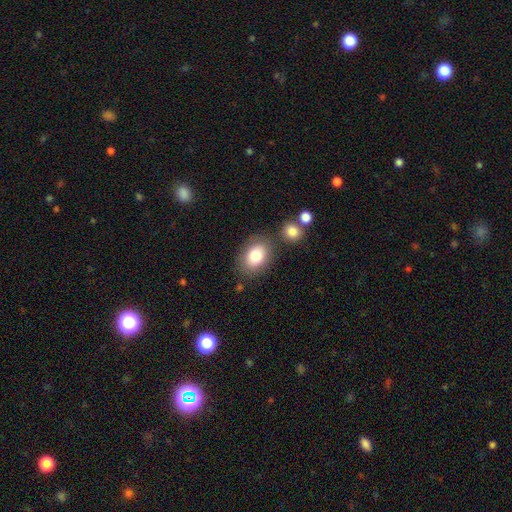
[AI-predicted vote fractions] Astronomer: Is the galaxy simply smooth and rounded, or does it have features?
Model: smooth — 80%.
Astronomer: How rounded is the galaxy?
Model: in between — 73%.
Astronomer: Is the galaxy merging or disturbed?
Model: none — 77%.